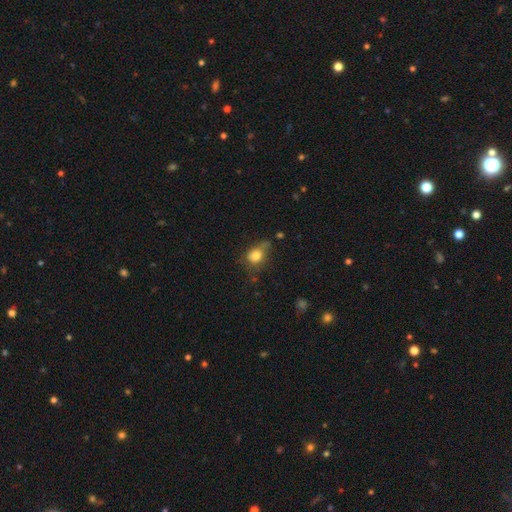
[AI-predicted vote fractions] smooth 77%, featured or disk 13%, star or artifact 10%. Down the decision tree: how rounded — round (51%); merging — none (42%).